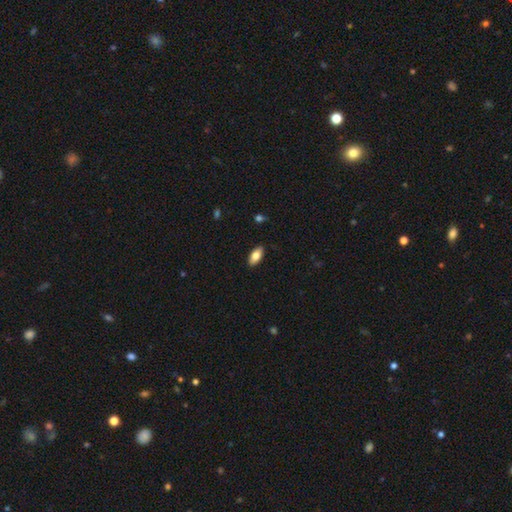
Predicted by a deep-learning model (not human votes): The model was most divided on "smooth or featured": smooth: 79%, featured or disk: 15%, star or artifact: 6%. More confident: how rounded — in between (90%); merging — none (89%).